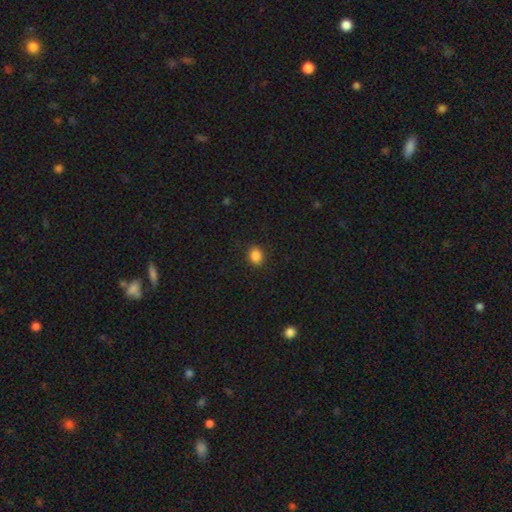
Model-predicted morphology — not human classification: Q: Smooth or featured?
A: smooth (87%); runner-up: star or artifact (10%)
Q: How rounded?
A: in between (50%); runner-up: round (48%)
Q: Merging?
A: none (89%); runner-up: minor disturbance (8%)